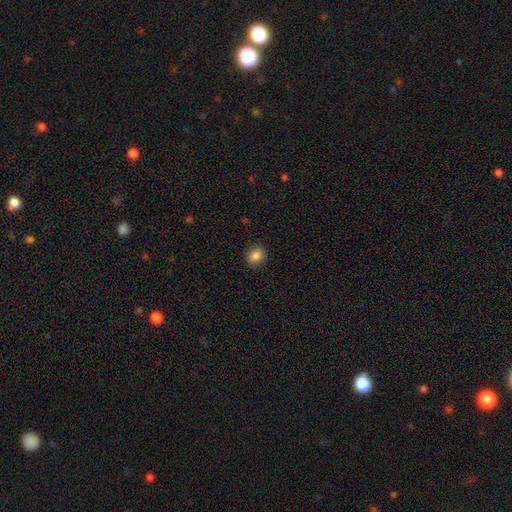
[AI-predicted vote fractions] smooth 85%, star or artifact 11%, featured or disk 5%. Down the decision tree: how rounded — round (65%); merging — none (90%).